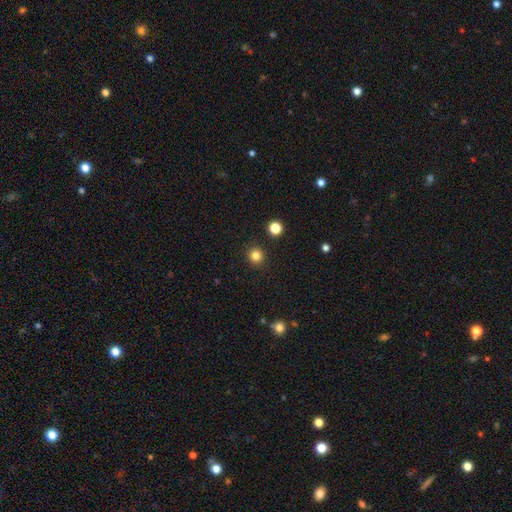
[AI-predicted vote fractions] A smooth galaxy with no disk features (83%) that is round (94%).

Vote fractions:
- Smooth or featured? smooth: 83% / star or artifact: 13% / featured or disk: 4%
- How rounded? round: 94% / in between: 6% / cigar-shaped: 1%
- Merging? none: 92% / minor disturbance: 5% / major disturbance: 2% / merger: 2%